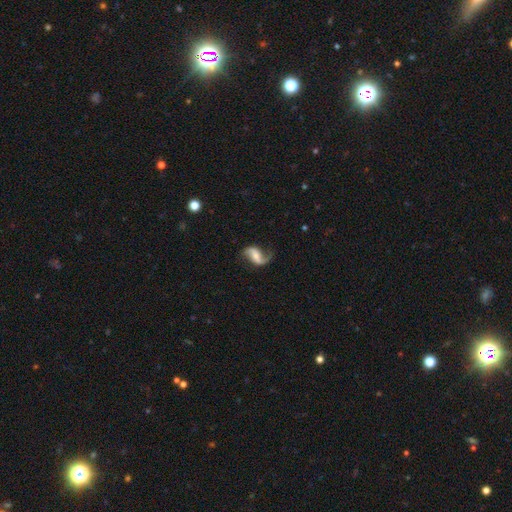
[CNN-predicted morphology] Smooth or featured? featured or disk (85%)
Edge-on disk? no (97%)
Bar? weak (40%)
Spiral arms? yes (96%)
Spiral winding? loose (73%)
Spiral arm count? 2 (88%)
Bulge size? small (40%)
Merging? none (71%)